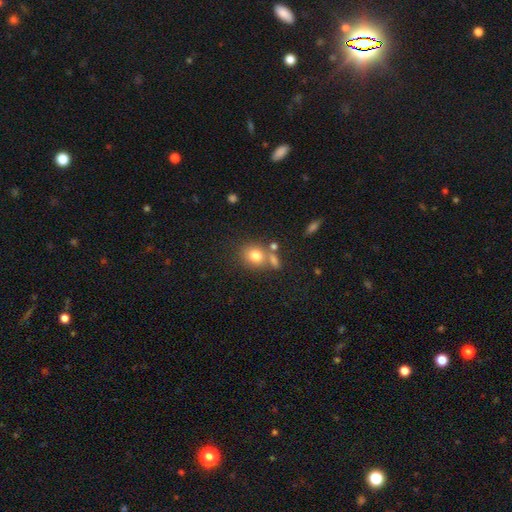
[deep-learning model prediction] Smooth or featured? Predicted: smooth (p=0.78). How rounded? Predicted: round (p=0.65). Merging? Predicted: none (p=0.57).